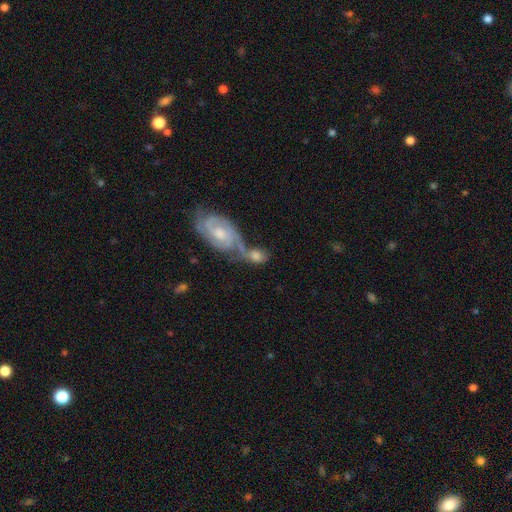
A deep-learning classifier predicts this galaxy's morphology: smooth 49%, featured or disk 43%, star or artifact 8%. Down the decision tree: merging — merger (56%).